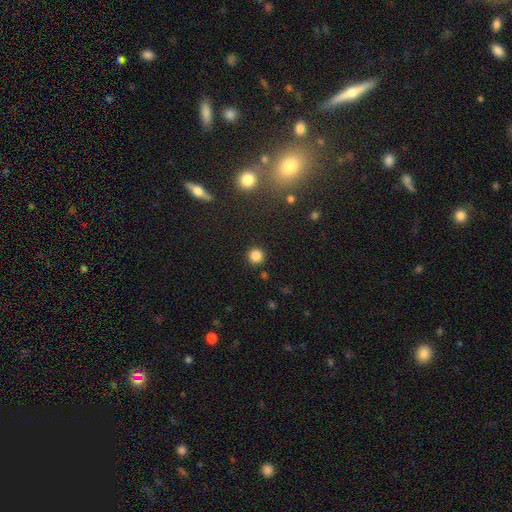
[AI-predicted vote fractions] Smooth or featured? smooth (84%)
How rounded? round (94%)
Merging? none (91%)